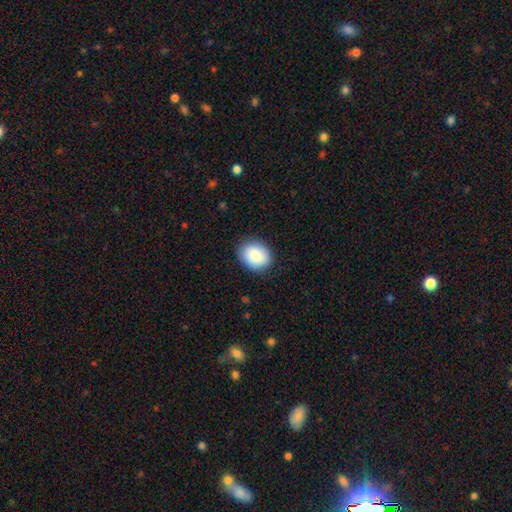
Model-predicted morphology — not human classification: Smooth or featured? smooth (80%)
How rounded? round (53%)
Merging? none (87%)